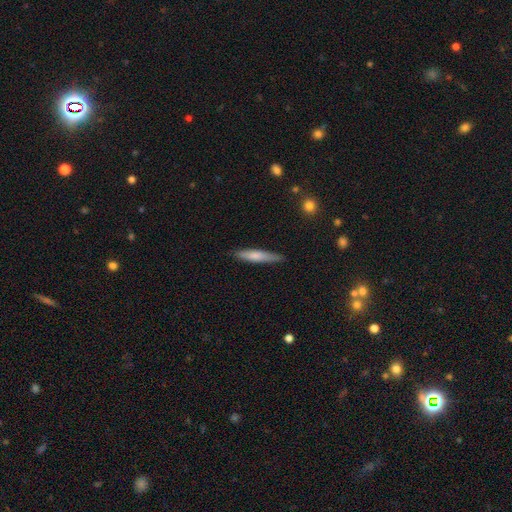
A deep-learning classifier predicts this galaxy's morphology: The model was most divided on "smooth or featured": smooth: 71%, featured or disk: 24%, star or artifact: 6%. More confident: how rounded — cigar-shaped (90%); merging — none (84%).